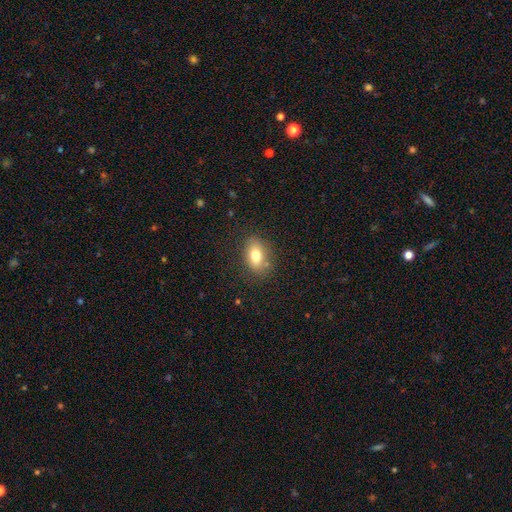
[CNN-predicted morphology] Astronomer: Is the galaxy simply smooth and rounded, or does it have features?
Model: smooth — 78%.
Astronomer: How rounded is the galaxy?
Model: in between — 84%.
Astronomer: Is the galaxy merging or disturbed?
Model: none — 76%.